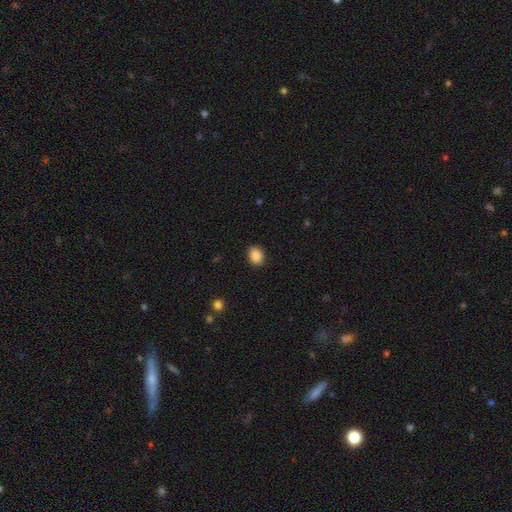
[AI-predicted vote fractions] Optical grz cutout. It shows a smooth galaxy with no disk features (88%) that is round (51%). Merging: none (89%).